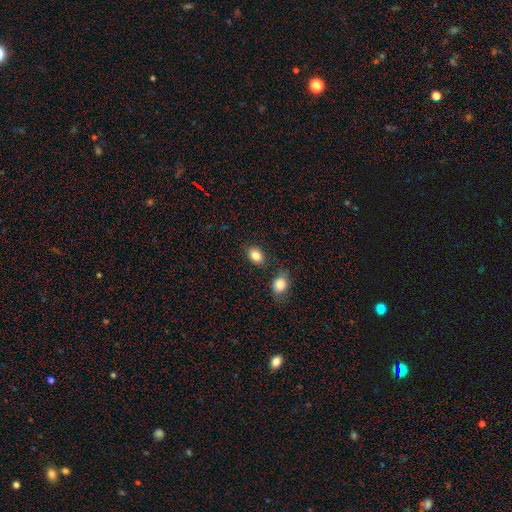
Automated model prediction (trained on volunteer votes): Q: Smooth or featured?
A: smooth (84%); runner-up: star or artifact (9%)
Q: How rounded?
A: in between (78%); runner-up: round (21%)
Q: Merging?
A: none (77%); runner-up: minor disturbance (12%)